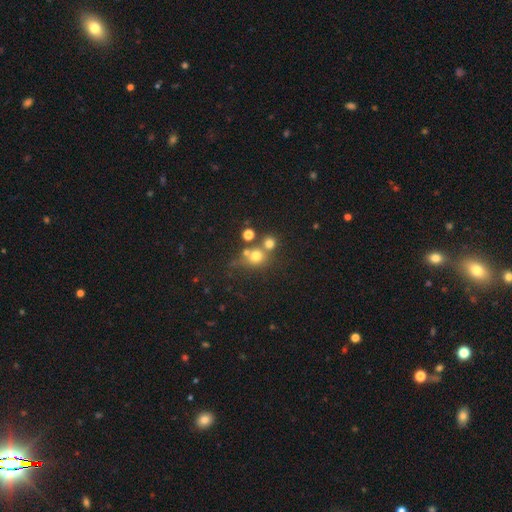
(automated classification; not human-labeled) Smooth or featured: smooth — 68% (star or artifact — 19%)
How rounded: round — 84% (in between — 15%)
Merging: none — 51% (merger — 32%)